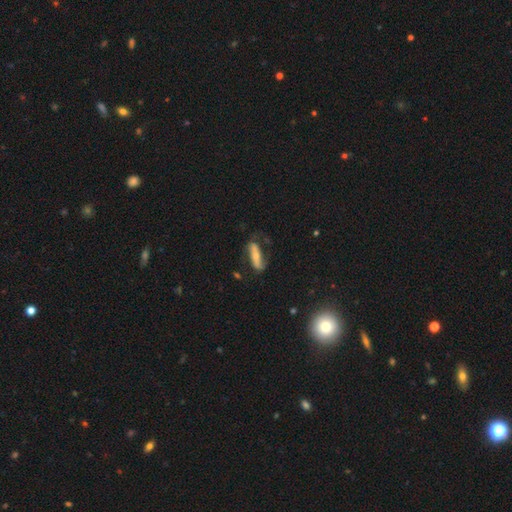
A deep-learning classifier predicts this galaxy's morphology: This appears to be a featured or disk galaxy (54%). Merging: none (60%).